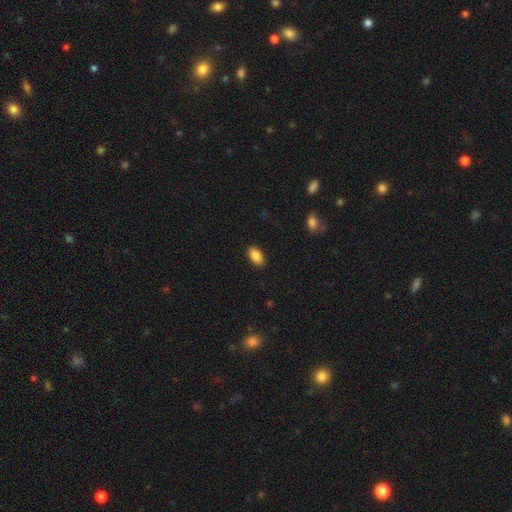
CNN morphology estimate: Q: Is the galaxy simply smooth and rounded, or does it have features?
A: smooth — 89%.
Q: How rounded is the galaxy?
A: in between — 93%.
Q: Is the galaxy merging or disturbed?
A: none — 88%.